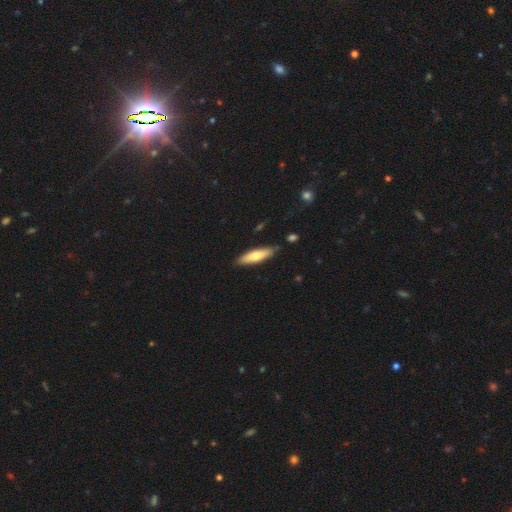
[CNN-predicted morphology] Q: Smooth or featured?
A: smooth (66%); runner-up: featured or disk (28%)
Q: How rounded?
A: cigar-shaped (63%); runner-up: in between (36%)
Q: Merging?
A: none (83%); runner-up: minor disturbance (12%)